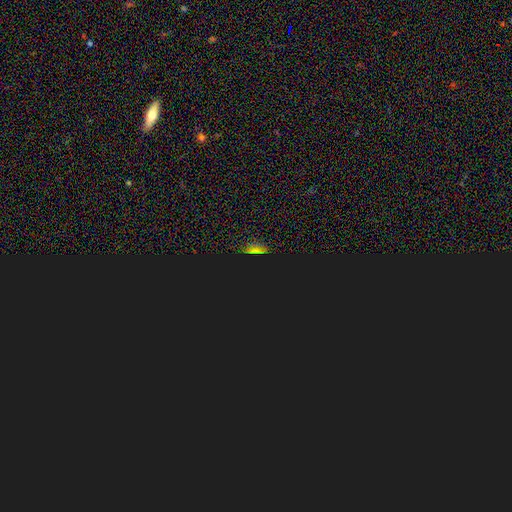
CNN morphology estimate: The model was most divided on "smooth or featured": star or artifact: 75%, smooth: 16%, featured or disk: 8%.